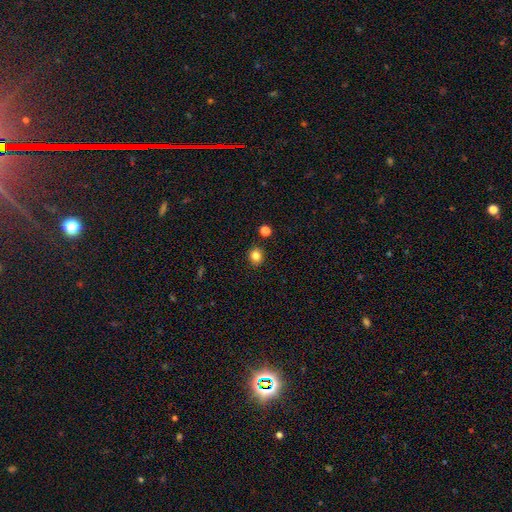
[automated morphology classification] Smooth or featured?
  - smooth: 83% *
  - star or artifact: 12%
  - featured or disk: 5%
How rounded?
  - round: 80% *
  - in between: 19%
  - cigar-shaped: 1%
Merging?
  - none: 88% *
  - minor disturbance: 7%
  - merger: 3%
  - major disturbance: 2%